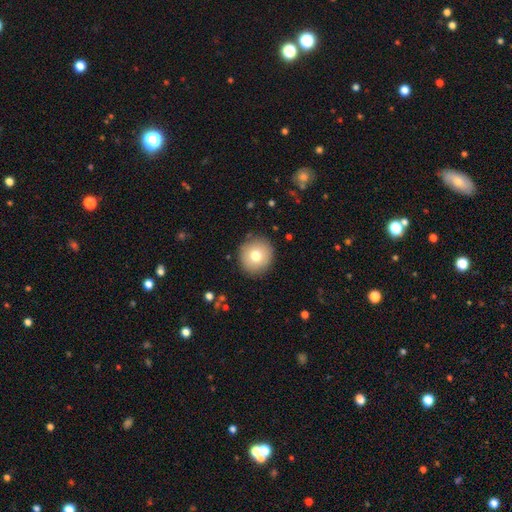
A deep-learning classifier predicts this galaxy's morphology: The model was most divided on "smooth or featured": smooth: 75%, featured or disk: 15%, star or artifact: 10%. More confident: how rounded — round (93%); merging — none (90%).